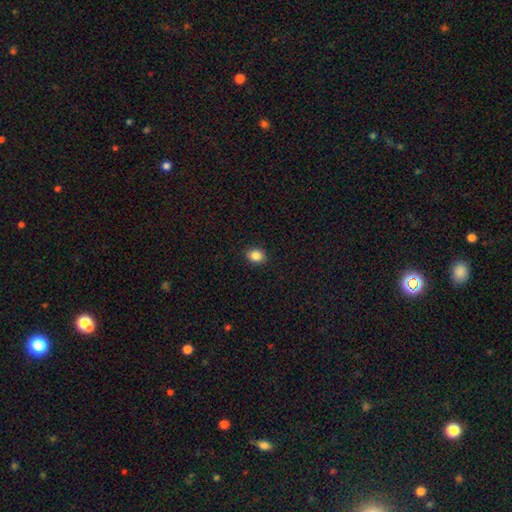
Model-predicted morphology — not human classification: The model was most divided on "how rounded": in between: 52%, round: 47%, cigar-shaped: 1%. More confident: merging — none (90%); smooth or featured — smooth (87%).